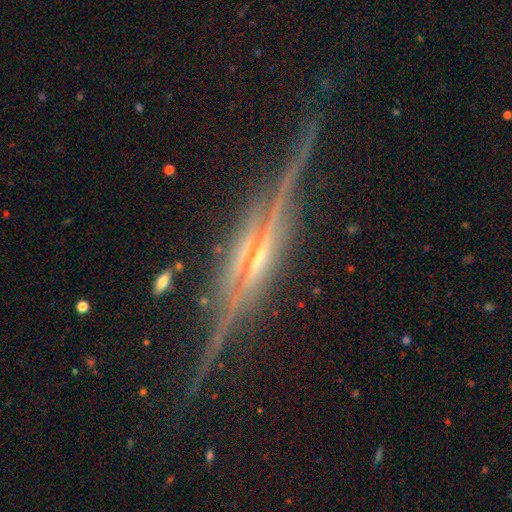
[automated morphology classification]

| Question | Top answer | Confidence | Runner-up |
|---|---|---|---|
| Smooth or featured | featured or disk | 89% | star or artifact (7%) |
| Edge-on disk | yes | 96% | no (4%) |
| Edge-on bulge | rounded | 67% | boxy (22%) |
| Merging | none | 83% | minor disturbance (11%) |